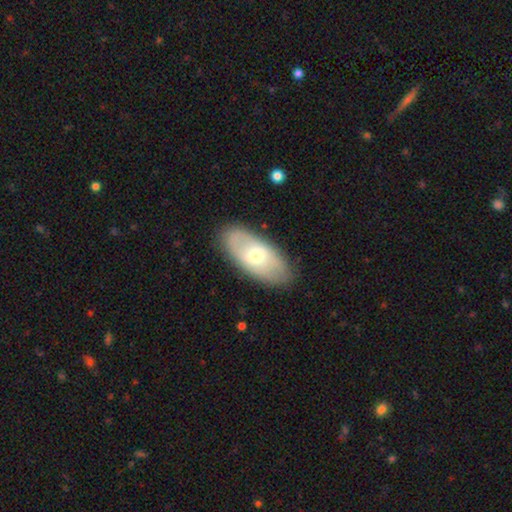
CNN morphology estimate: type=smooth (51%); roundness=in between (90%); merging=none (84%).